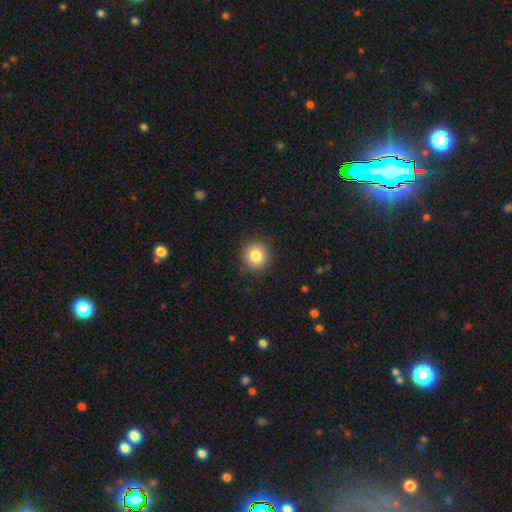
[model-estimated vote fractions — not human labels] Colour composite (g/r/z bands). It shows a smooth galaxy with no disk features (83%) that is round (90%). Merging: none (90%).